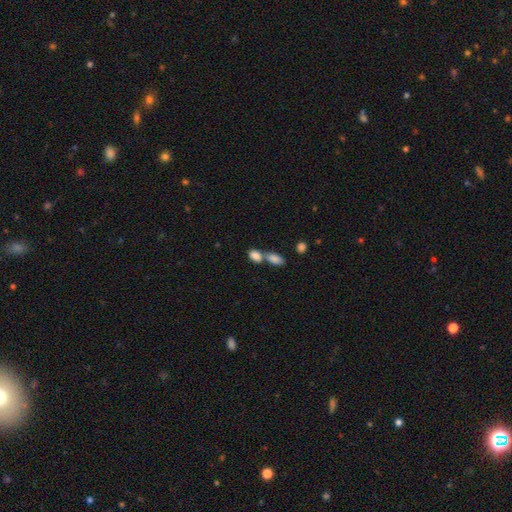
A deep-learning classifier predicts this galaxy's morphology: The model was most divided on "merging": merger: 59%, none: 30%, minor disturbance: 8%, major disturbance: 3%. More confident: how rounded — in between (87%); smooth or featured — smooth (84%).